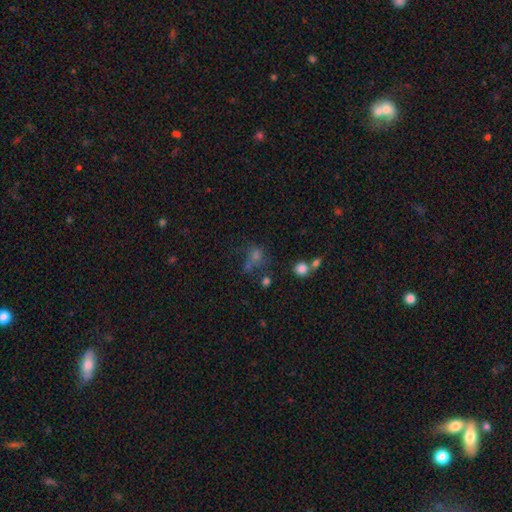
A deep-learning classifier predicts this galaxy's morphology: A smooth galaxy with no disk features (54%) that is round (72%).

Vote fractions:
- Smooth or featured? smooth: 54% / star or artifact: 32% / featured or disk: 14%
- How rounded? round: 72% / in between: 26% / cigar-shaped: 2%
- Merging? none: 52% / merger: 21% / minor disturbance: 15% / major disturbance: 13%